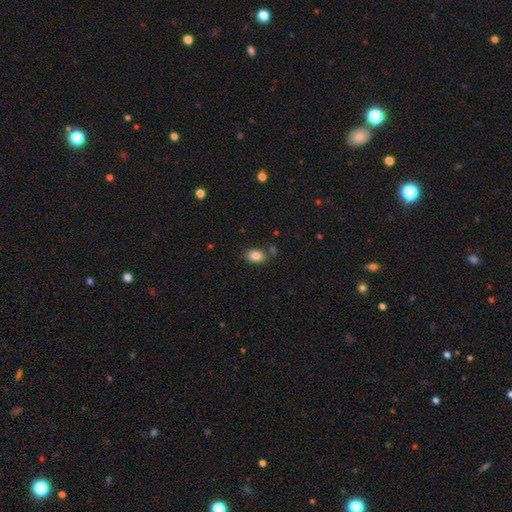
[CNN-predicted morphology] Smooth or featured: smooth — 85% (star or artifact — 9%)
How rounded: in between — 79% (round — 20%)
Merging: none — 75% (minor disturbance — 13%)